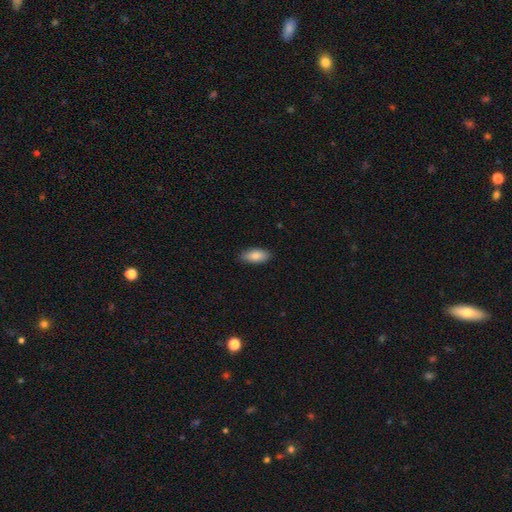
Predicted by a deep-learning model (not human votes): A smooth galaxy with no disk features (85%) that is in between round and cigar-shaped (90%).

Vote fractions:
- Smooth or featured? smooth: 85% / featured or disk: 8% / star or artifact: 6%
- How rounded? in between: 90% / cigar-shaped: 7% / round: 2%
- Merging? none: 84% / minor disturbance: 13% / major disturbance: 2% / merger: 1%